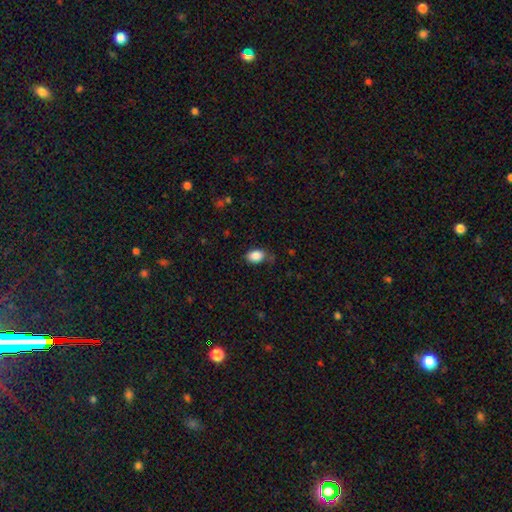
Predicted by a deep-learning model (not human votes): Overall: smooth (87%). How rounded: in between (82%). Merging: none (72%).